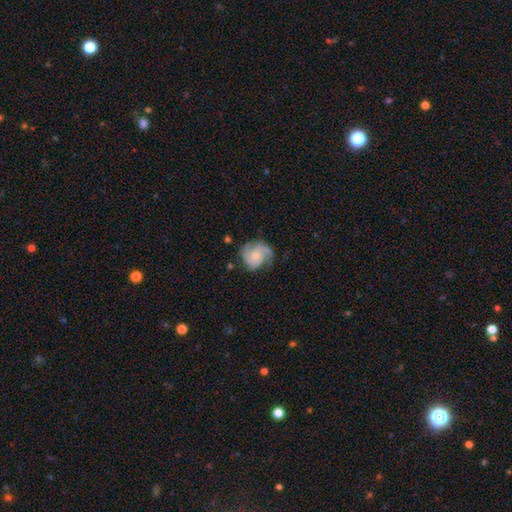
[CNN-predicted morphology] Smooth or featured? featured or disk (82%)
Edge-on disk? no (98%)
Bar? no (73%)
Spiral arms? yes (97%)
Spiral winding? medium (46%)
Spiral arm count? 2 (45%)
Bulge size? small (60%)
Merging? none (71%)